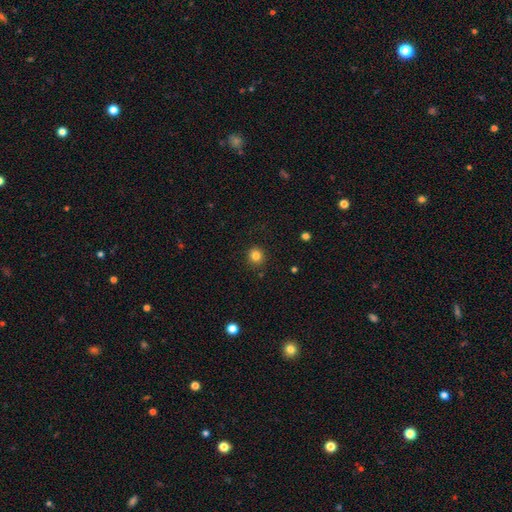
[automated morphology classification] type=smooth (83%); roundness=round (90%); merging=none (90%).